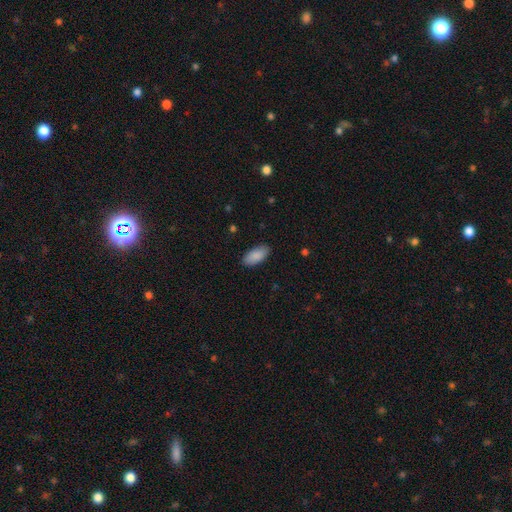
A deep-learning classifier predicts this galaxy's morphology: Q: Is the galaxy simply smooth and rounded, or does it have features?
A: smooth — 89%.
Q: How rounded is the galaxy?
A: in between — 92%.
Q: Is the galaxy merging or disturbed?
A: none — 88%.